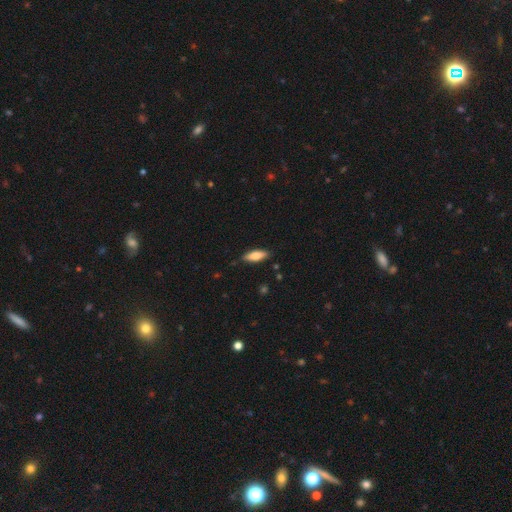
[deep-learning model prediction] This appears to be a smooth galaxy with no disk features (76%) that is in between round and cigar-shaped (65%). Merging: none (85%).